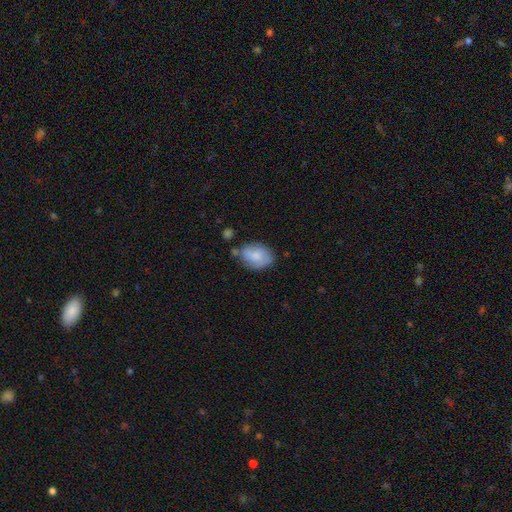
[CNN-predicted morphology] A smooth galaxy with no disk features (75%) that is in between round and cigar-shaped (79%). Merging: none (60%).